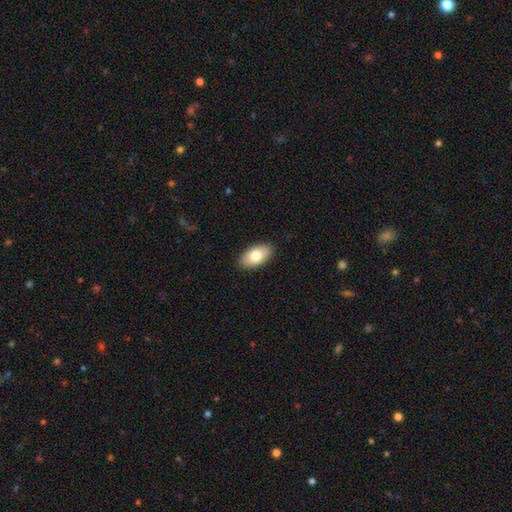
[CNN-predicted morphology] Smooth or featured? Predicted: smooth (p=0.81). How rounded? Predicted: in between (p=0.94). Merging? Predicted: none (p=0.89).